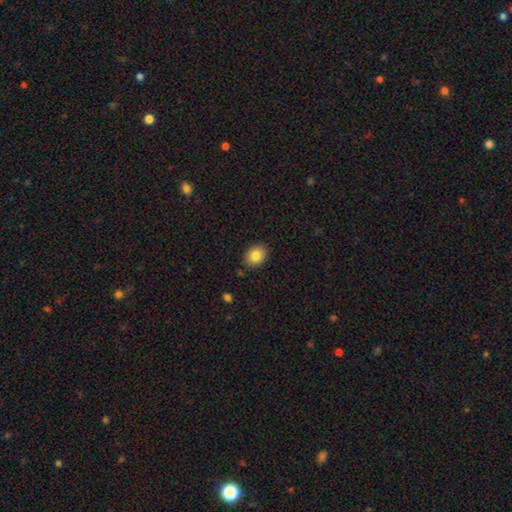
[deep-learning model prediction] Overall: smooth (83%). How rounded: in between (58%; round 42%). Merging: none (88%).